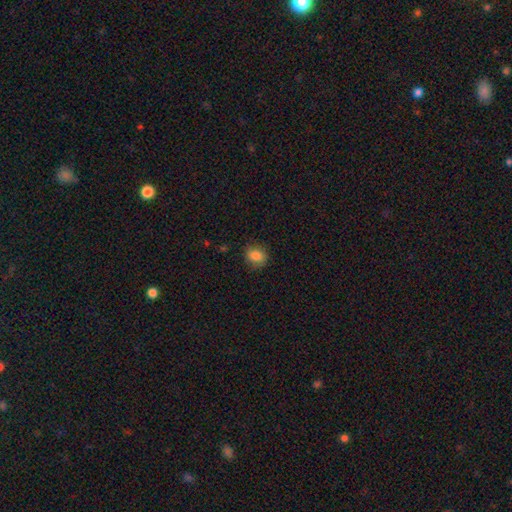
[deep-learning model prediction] A smooth galaxy with no disk features (84%) that is round (63%). Merging: none (83%).